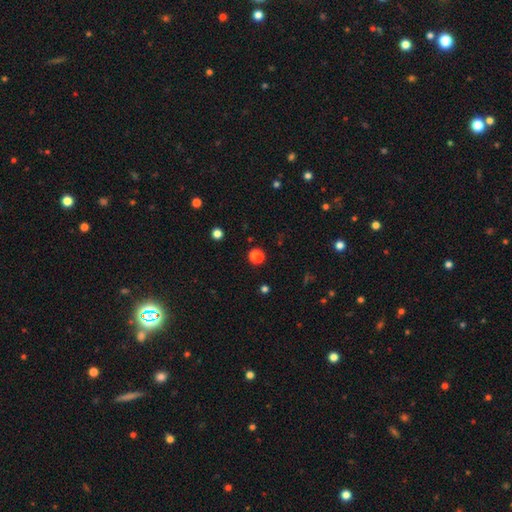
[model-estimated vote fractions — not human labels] This is likely a smooth galaxy (79%). How rounded: clearly round (84%). Merging: clearly none (90%).